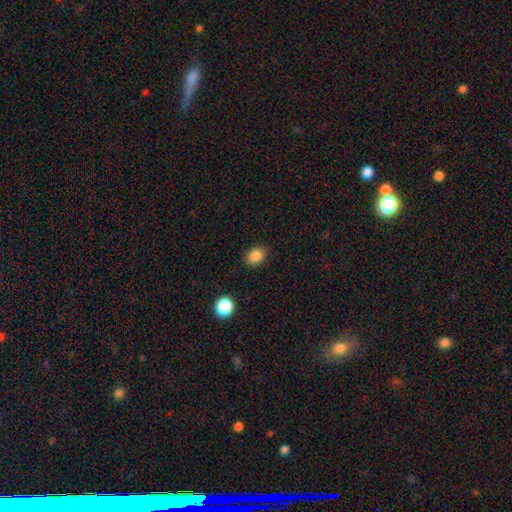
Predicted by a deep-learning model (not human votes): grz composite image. It shows a smooth galaxy with no disk features (86%) that is in between round and cigar-shaped (63%). Merging: none (87%).